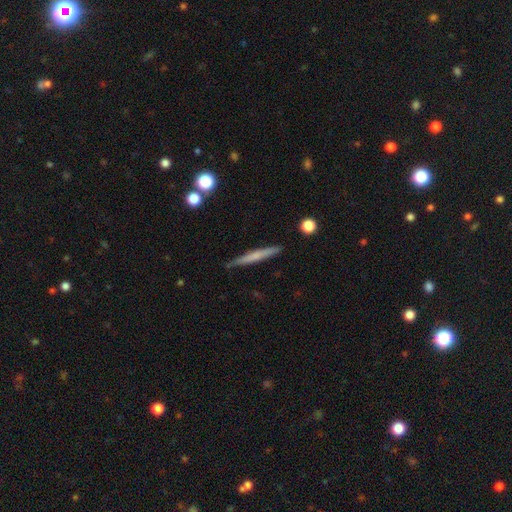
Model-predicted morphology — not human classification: A smooth galaxy with no disk features (52%) that is cigar-shaped (95%). Merging: none (87%).